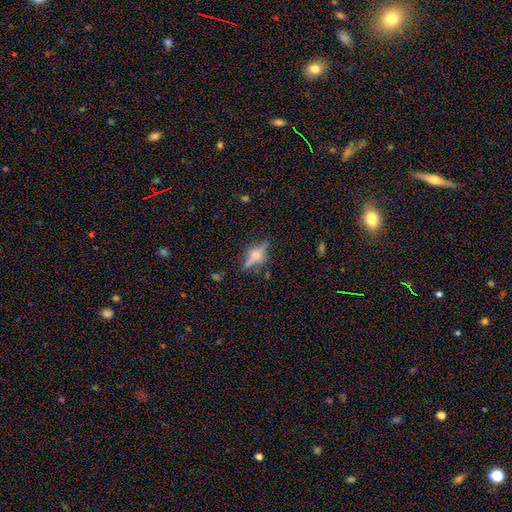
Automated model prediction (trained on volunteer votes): Overall: featured or disk (55%; smooth 31%). Edge-on disk: yes (88%). Merging: none (74%).